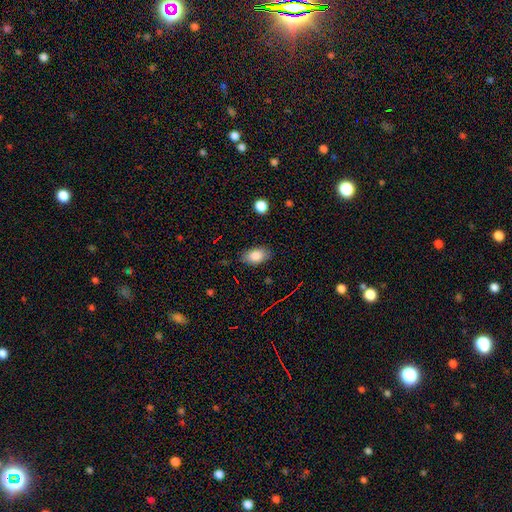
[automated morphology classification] Smooth or featured: smooth — 84% (star or artifact — 8%)
How rounded: in between — 90% (round — 8%)
Merging: none — 84% (minor disturbance — 12%)